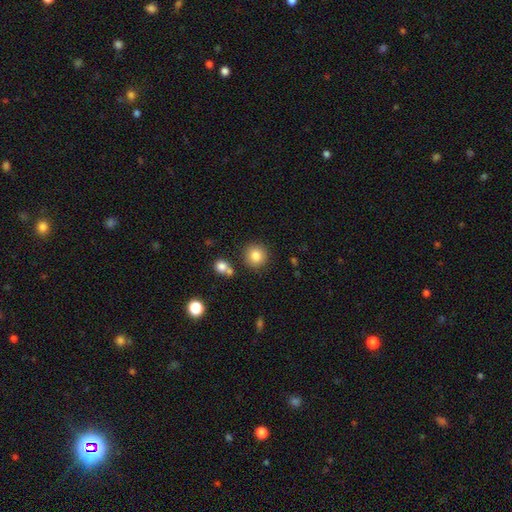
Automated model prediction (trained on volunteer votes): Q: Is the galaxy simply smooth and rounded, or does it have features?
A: smooth — 83%.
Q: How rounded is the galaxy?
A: round — 92%.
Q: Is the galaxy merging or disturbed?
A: none — 84%.